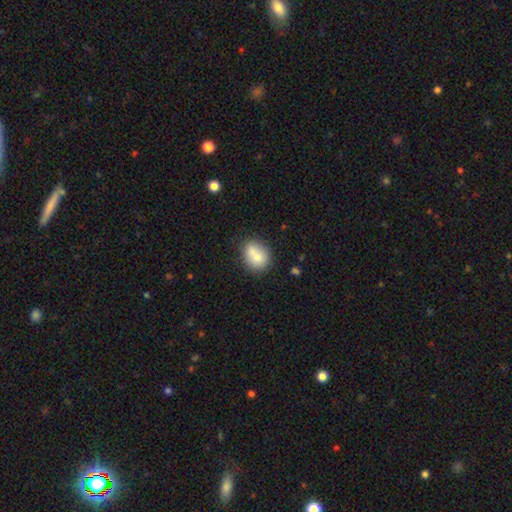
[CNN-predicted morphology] Q: Smooth or featured?
A: smooth (75%); runner-up: featured or disk (16%)
Q: How rounded?
A: round (54%); runner-up: in between (45%)
Q: Merging?
A: none (48%); runner-up: merger (33%)